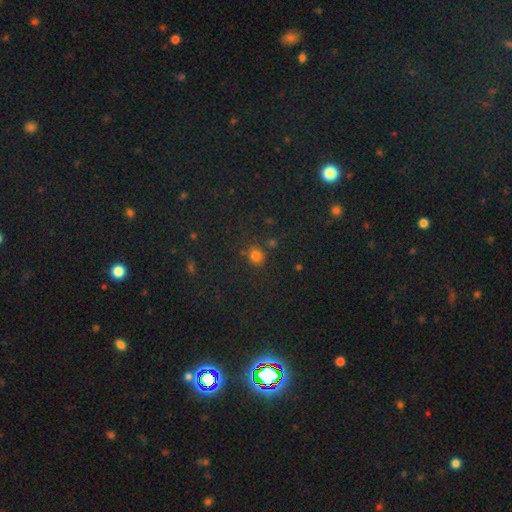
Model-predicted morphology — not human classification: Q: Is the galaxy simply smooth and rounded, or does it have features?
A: smooth — 74%.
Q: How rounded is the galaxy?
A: round — 79%.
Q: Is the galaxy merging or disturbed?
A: none — 75%.